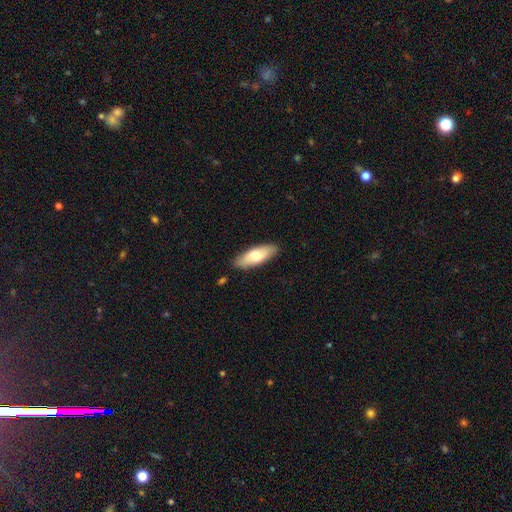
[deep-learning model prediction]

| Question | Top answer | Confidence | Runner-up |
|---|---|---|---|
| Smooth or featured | smooth | 69% | featured or disk (26%) |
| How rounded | in between | 71% | cigar-shaped (27%) |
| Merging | none | 87% | minor disturbance (10%) |